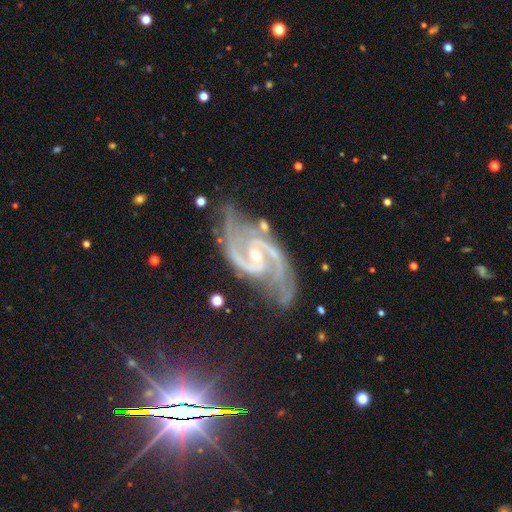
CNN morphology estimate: This appears to be a featured or disk galaxy (92%) with a weak bar (42%), 2 (86%) medium (58%) spiral arms (99%) and a small central bulge (65%). Merging: none (61%).